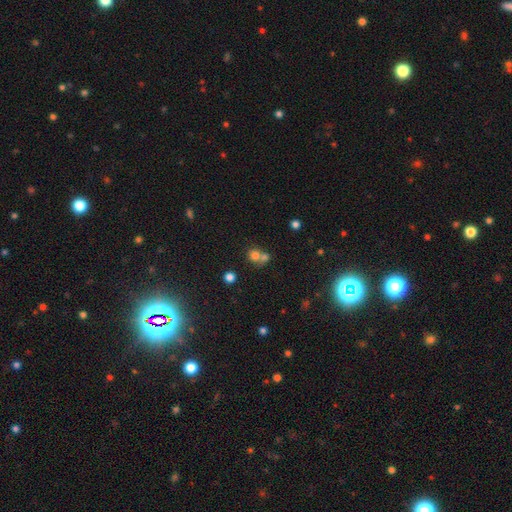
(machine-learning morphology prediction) A smooth galaxy with no disk features (74%) that is round (80%). Merging: merger (53%).